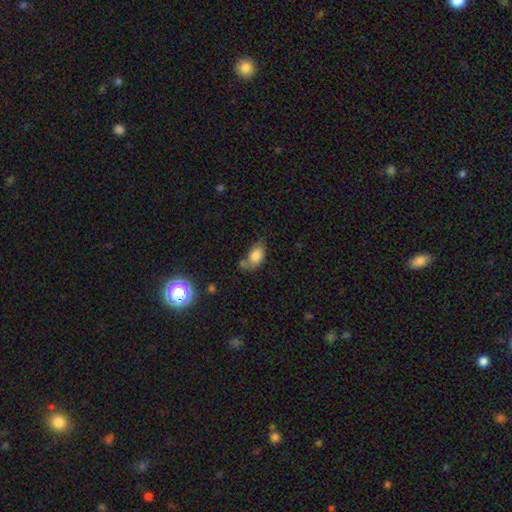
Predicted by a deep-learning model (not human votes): smooth_or_featured: smooth (p=0.77) [alt: featured or disk p=0.14]
how_rounded: in between (p=0.87) [alt: round p=0.11]
merging: none (p=0.40) [alt: minor disturbance p=0.26]